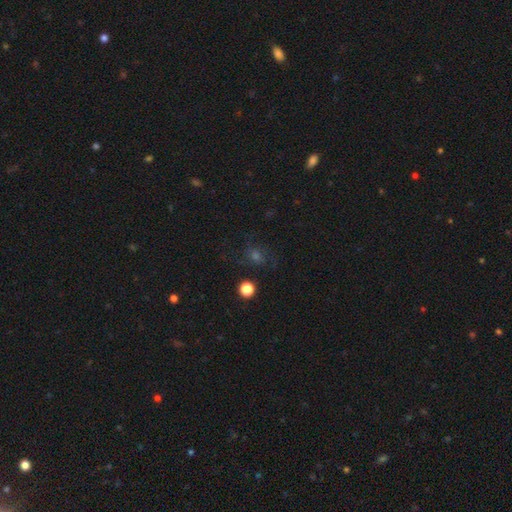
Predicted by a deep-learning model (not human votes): Smooth or featured?
  - smooth: 41% *
  - star or artifact: 38%
  - featured or disk: 21%
Merging?
  - none: 71% *
  - minor disturbance: 16%
  - major disturbance: 11%
  - merger: 3%